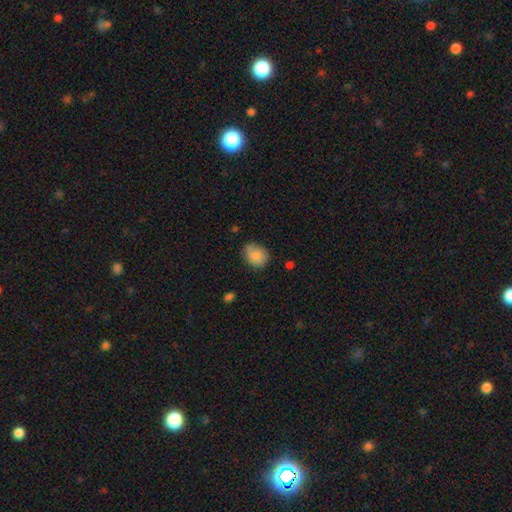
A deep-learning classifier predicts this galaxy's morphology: A smooth galaxy with no disk features (83%) that is round (52%).

Vote fractions:
- Smooth or featured? smooth: 83% / featured or disk: 9% / star or artifact: 8%
- How rounded? round: 52% / in between: 47% / cigar-shaped: 1%
- Merging? none: 64% / minor disturbance: 27% / major disturbance: 6% / merger: 2%